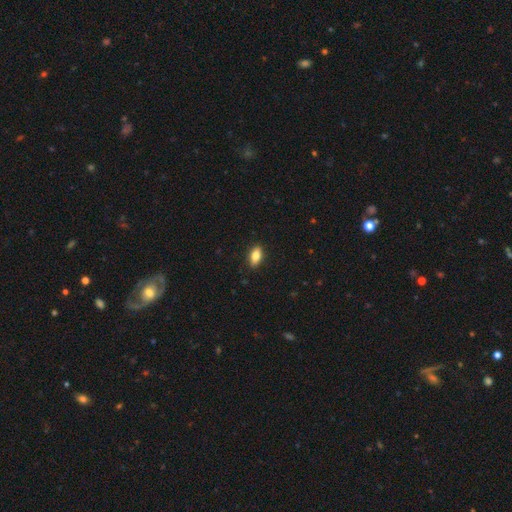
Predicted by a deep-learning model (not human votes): A smooth galaxy with no disk features (81%) that is in between round and cigar-shaped (87%).

Vote fractions:
- Smooth or featured? smooth: 81% / featured or disk: 12% / star or artifact: 7%
- How rounded? in between: 87% / cigar-shaped: 9% / round: 4%
- Merging? none: 89% / minor disturbance: 9% / major disturbance: 2% / merger: 1%